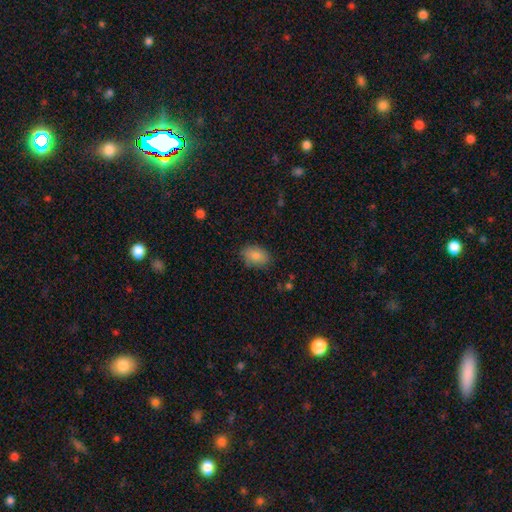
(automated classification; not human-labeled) smooth 85%, featured or disk 8%, star or artifact 7%. Down the decision tree: how rounded — in between (84%); merging — none (80%).